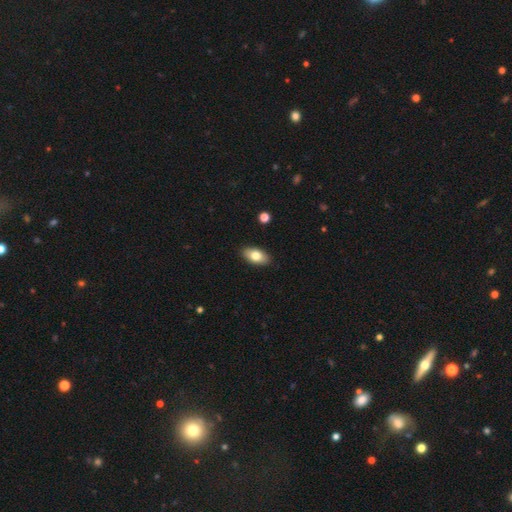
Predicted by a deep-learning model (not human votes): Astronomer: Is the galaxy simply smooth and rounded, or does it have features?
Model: smooth — 78%.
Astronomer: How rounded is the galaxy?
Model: in between — 93%.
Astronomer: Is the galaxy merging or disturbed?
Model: none — 89%.